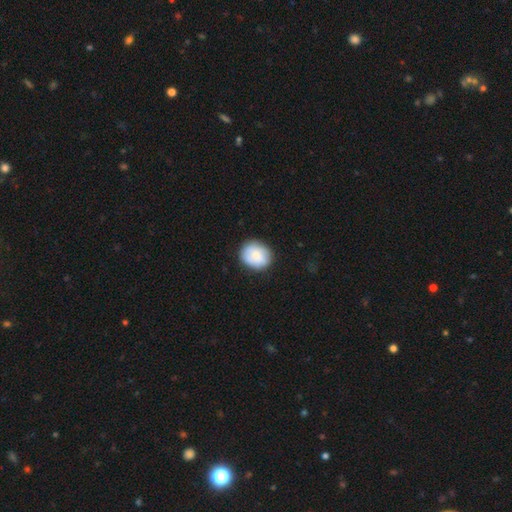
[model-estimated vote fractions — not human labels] Smooth or featured?
  - smooth: 74% *
  - featured or disk: 19%
  - star or artifact: 7%
How rounded?
  - round: 67% *
  - in between: 32%
  - cigar-shaped: 1%
Merging?
  - none: 80% *
  - minor disturbance: 15%
  - major disturbance: 3%
  - merger: 1%